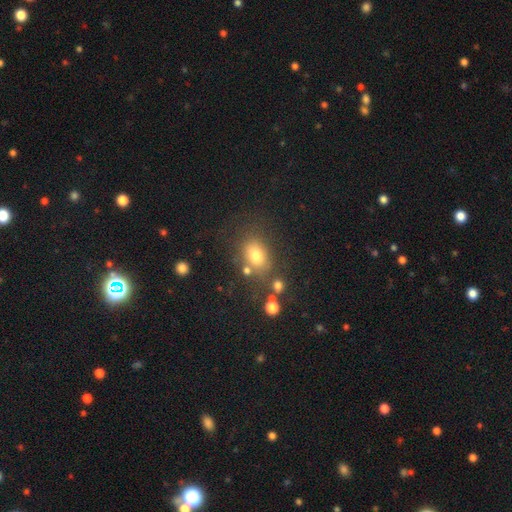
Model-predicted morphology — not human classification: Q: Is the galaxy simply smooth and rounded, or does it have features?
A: smooth — 75%.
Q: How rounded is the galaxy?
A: in between — 66%.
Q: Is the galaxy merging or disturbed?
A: none — 67%.